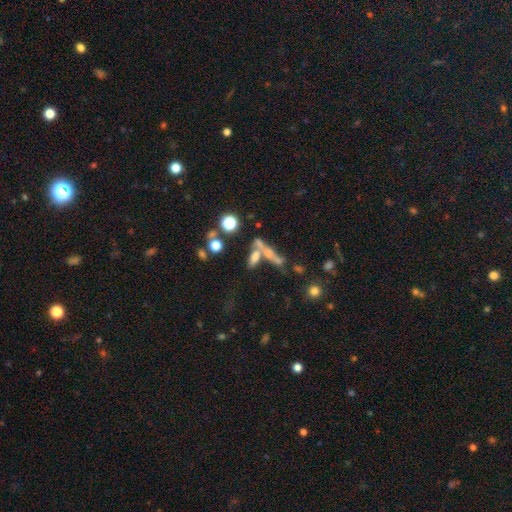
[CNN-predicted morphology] This is possibly a smooth galaxy (50%). How rounded: possibly cigar-shaped (53%). Merging: marginally merger (42%).